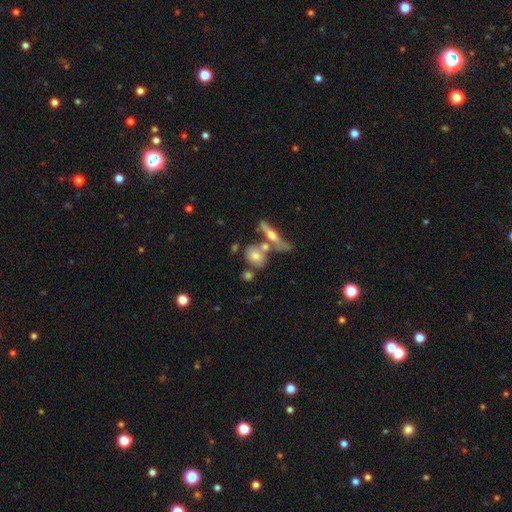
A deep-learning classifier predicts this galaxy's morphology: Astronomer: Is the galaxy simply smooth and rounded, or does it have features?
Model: smooth — 61%.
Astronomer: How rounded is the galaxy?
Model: in between — 51% (runner-up: round, 36%).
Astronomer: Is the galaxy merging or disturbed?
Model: none — 48% (runner-up: merger, 32%).